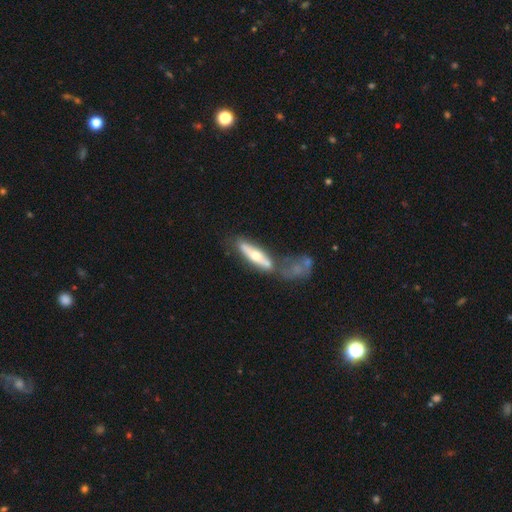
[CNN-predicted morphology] type=featured or disk (53%); edge-on=yes (70%); merging=none (48%).